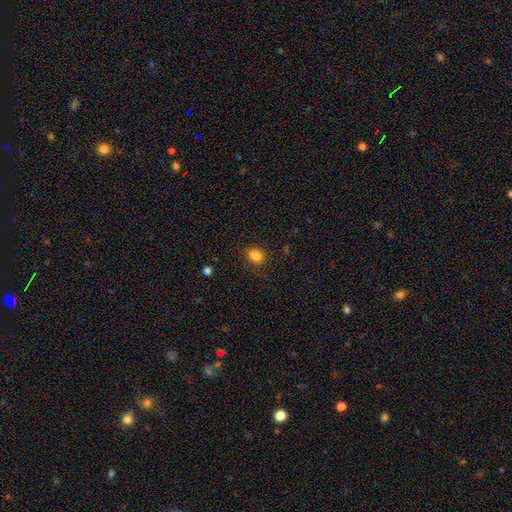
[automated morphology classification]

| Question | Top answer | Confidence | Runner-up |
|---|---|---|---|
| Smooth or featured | smooth | 83% | star or artifact (12%) |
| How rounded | in between | 60% | round (39%) |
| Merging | none | 79% | minor disturbance (15%) |